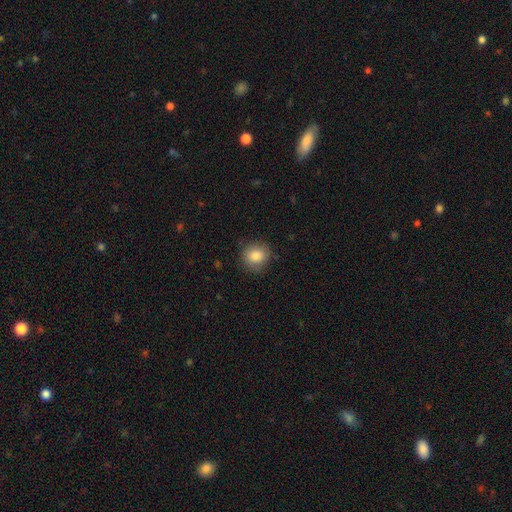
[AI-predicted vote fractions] Smooth or featured?
  - smooth: 84% *
  - star or artifact: 9%
  - featured or disk: 7%
How rounded?
  - round: 81% *
  - in between: 18%
  - cigar-shaped: 1%
Merging?
  - none: 84% *
  - minor disturbance: 12%
  - major disturbance: 3%
  - merger: 1%